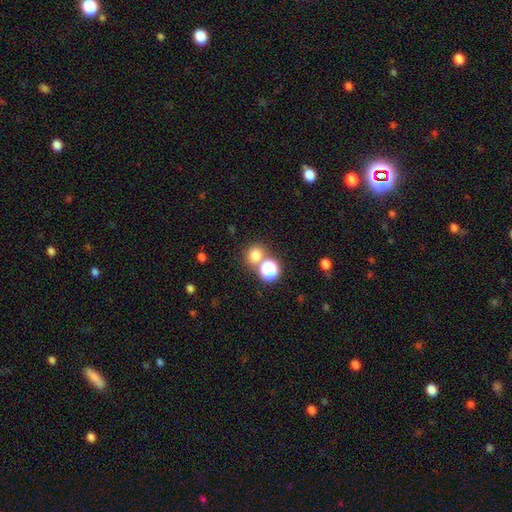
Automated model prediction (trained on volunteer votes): A smooth galaxy with no disk features (74%) that is round (81%).

Vote fractions:
- Smooth or featured? smooth: 74% / star or artifact: 20% / featured or disk: 7%
- How rounded? round: 81% / in between: 18% / cigar-shaped: 1%
- Merging? none: 67% / merger: 22% / minor disturbance: 8% / major disturbance: 3%